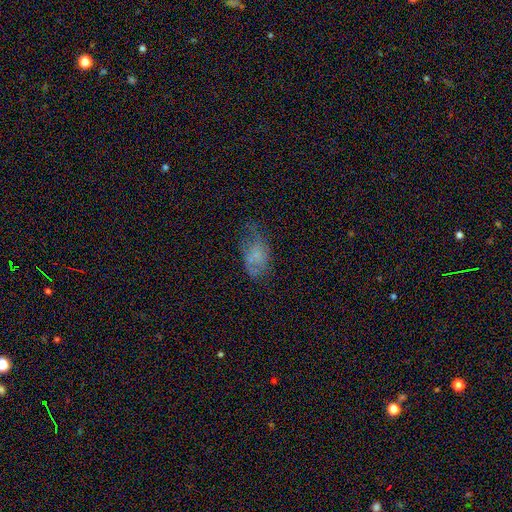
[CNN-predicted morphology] smooth_or_featured: smooth (p=0.54) [alt: featured or disk p=0.33]
how_rounded: in between (p=0.90) [alt: round p=0.07]
merging: none (p=0.40) [alt: minor disturbance p=0.32]